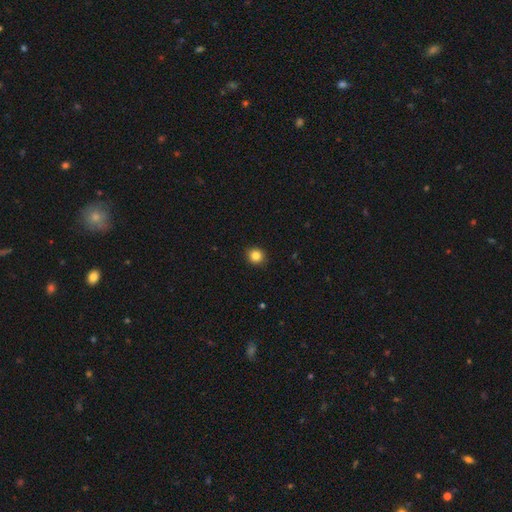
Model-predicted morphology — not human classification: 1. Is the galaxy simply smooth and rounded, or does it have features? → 85% smooth, 11% star or artifact, 4% featured or disk.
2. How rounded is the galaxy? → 91% round, 8% in between, 1% cigar-shaped.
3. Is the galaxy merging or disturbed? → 92% none, 6% minor disturbance, 2% major disturbance, 1% merger.